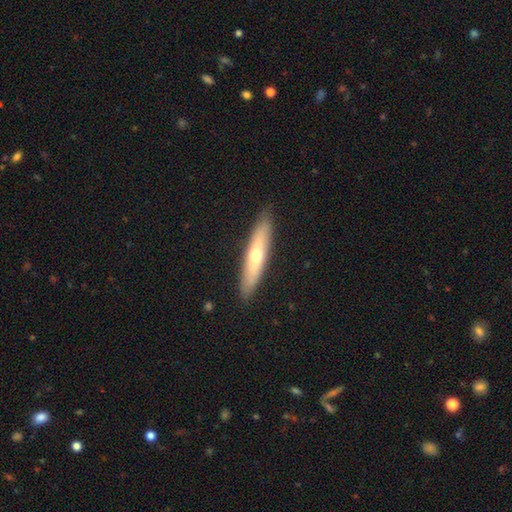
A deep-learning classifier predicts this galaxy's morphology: This appears to be a smooth galaxy with no disk features (48%). Merging: none (89%).